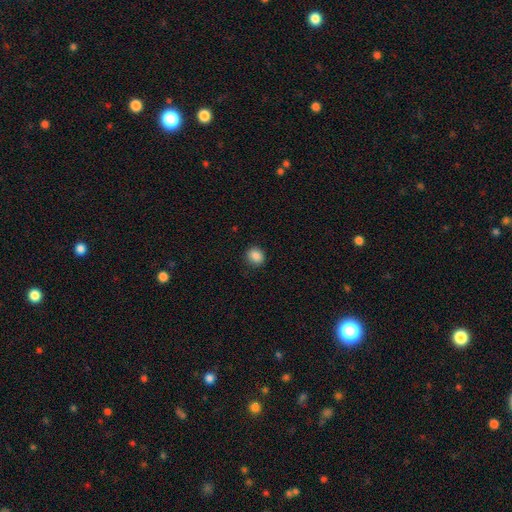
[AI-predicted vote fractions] smooth-or-featured: smooth: 86% | star or artifact: 10% | featured or disk: 4%
  how-rounded: round: 77% | in between: 22% | cigar-shaped: 1%
  merging: none: 86% | minor disturbance: 10% | major disturbance: 3% | merger: 1%